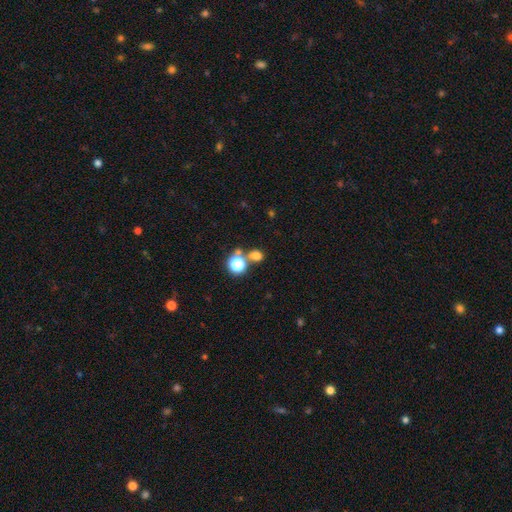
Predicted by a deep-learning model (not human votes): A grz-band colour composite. It shows a smooth galaxy with no disk features (70%) that is round (72%). Merging: none (57%).